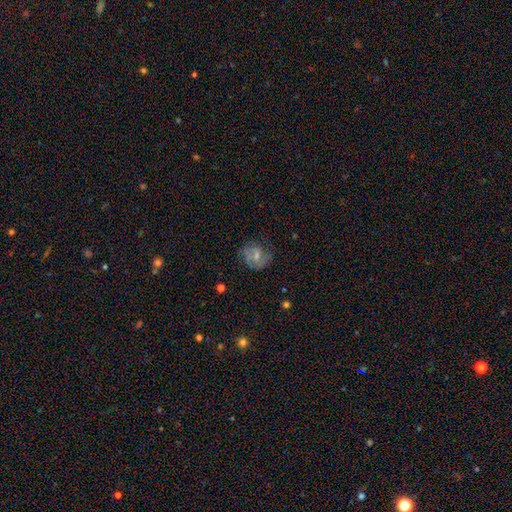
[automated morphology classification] featured or disk 52%, smooth 39%, star or artifact 9%. Down the decision tree: edge-on disk — no (97%); bar — no (45%, tied with weak); spiral arms — yes (76%); bulge size — small (49%); merging — none (60%).